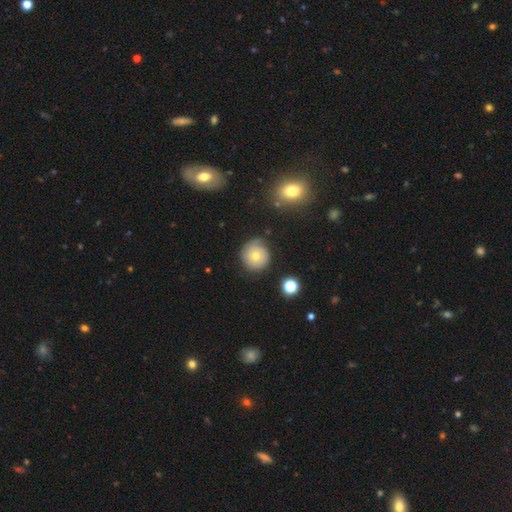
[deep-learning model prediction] smooth_or_featured: smooth (p=0.60) [alt: featured or disk p=0.28]
how_rounded: round (p=0.92) [alt: in between p=0.07]
merging: none (p=0.73) [alt: minor disturbance p=0.19]